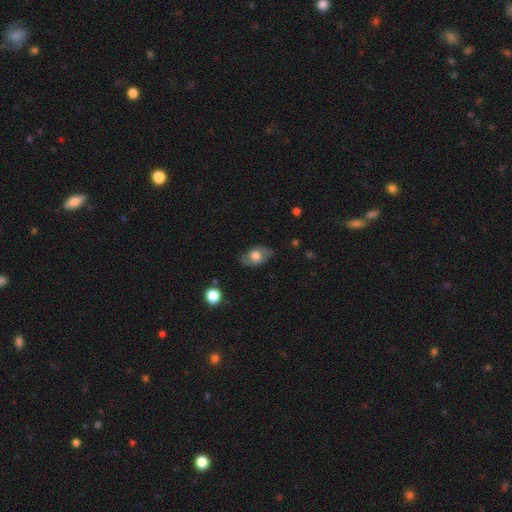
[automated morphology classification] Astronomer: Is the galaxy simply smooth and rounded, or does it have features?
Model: smooth — 64%.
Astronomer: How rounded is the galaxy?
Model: in between — 86%.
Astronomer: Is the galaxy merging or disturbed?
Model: none — 77%.